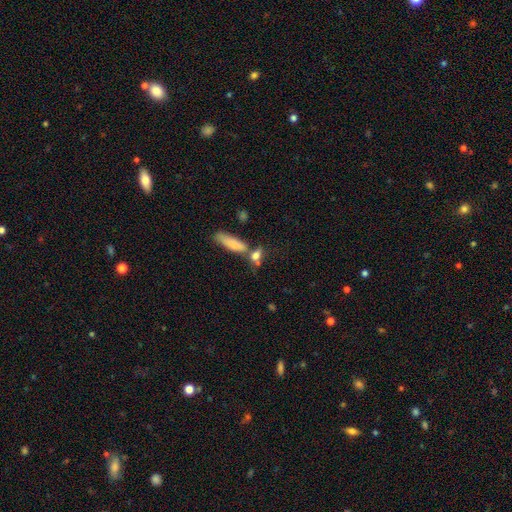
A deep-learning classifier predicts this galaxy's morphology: Smooth or featured? Predicted: smooth (p=0.75). How rounded? Predicted: in between (p=0.51). Merging? Predicted: none (p=0.45).